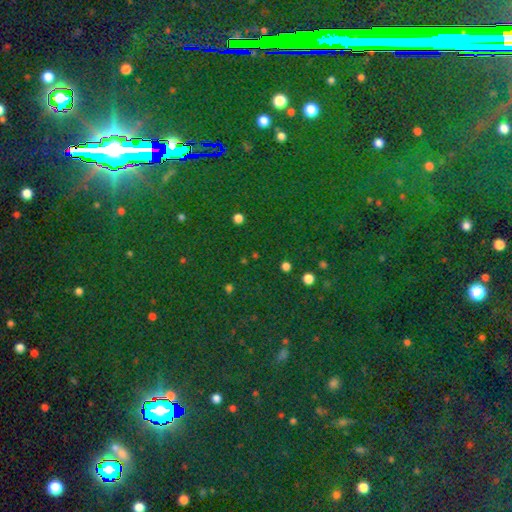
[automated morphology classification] The model was most divided on "smooth or featured": star or artifact: 73%, smooth: 19%, featured or disk: 8%.